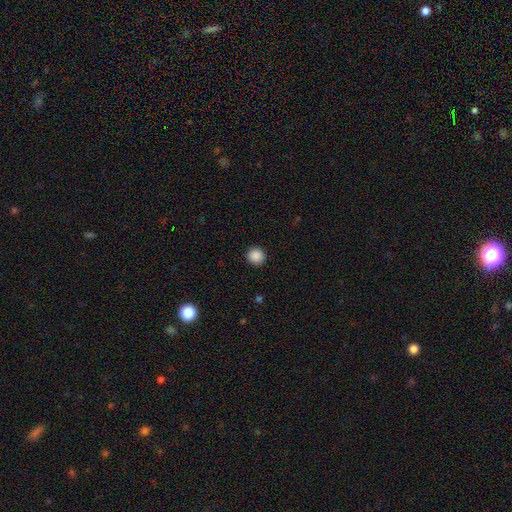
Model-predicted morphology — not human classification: smooth_or_featured: smooth (p=0.88) [alt: star or artifact p=0.09]
how_rounded: round (p=0.94) [alt: in between p=0.05]
merging: none (p=0.92) [alt: minor disturbance p=0.05]